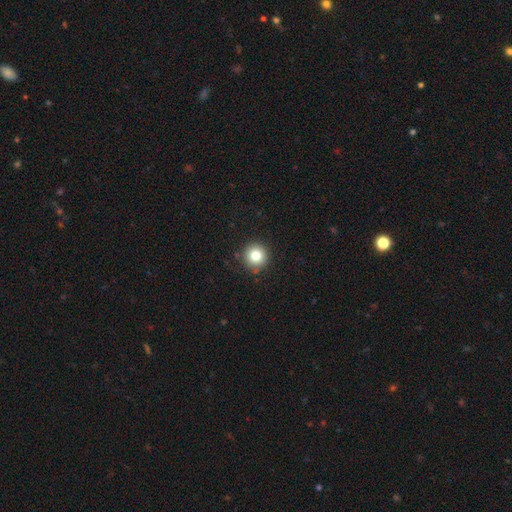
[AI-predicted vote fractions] Smooth or featured? smooth (80%)
How rounded? round (95%)
Merging? none (89%)